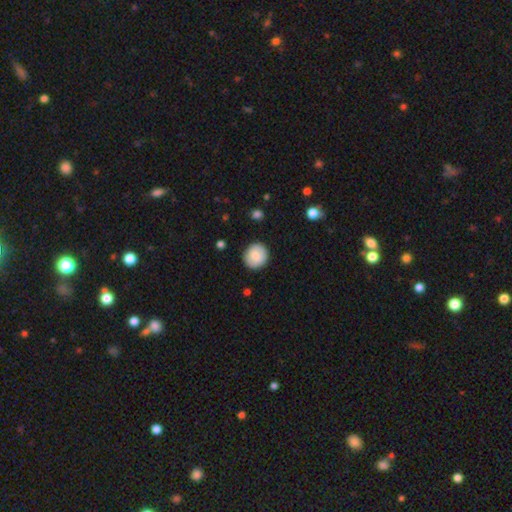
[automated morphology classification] This is likely a smooth galaxy (79%). How rounded: clearly round (87%). Merging: clearly none (89%).